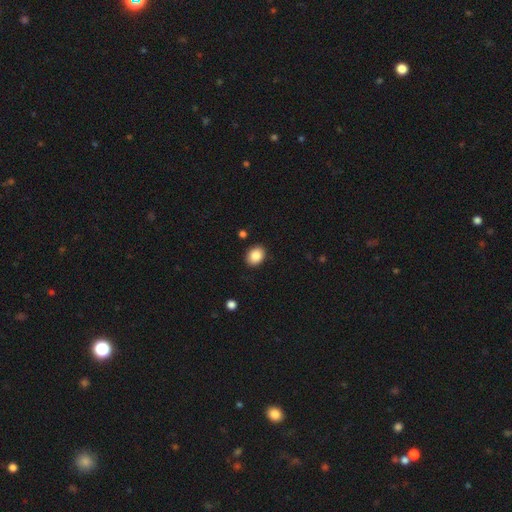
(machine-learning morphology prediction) smooth-or-featured: smooth: 86% | star or artifact: 8% | featured or disk: 5%
  how-rounded: in between: 60% | round: 39% | cigar-shaped: 1%
  merging: none: 88% | minor disturbance: 8% | major disturbance: 2% | merger: 2%